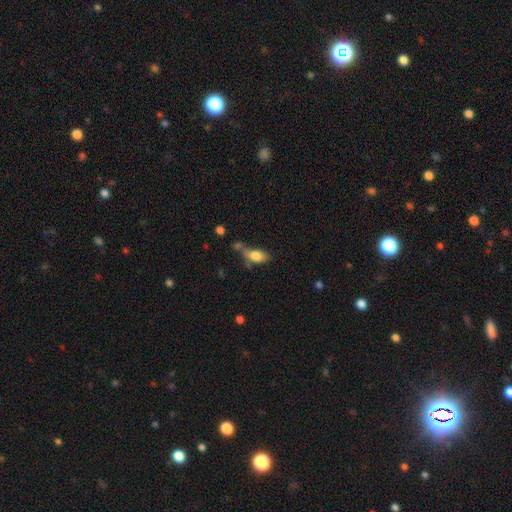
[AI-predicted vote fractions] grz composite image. It shows a smooth galaxy with no disk features (76%) that is in between round and cigar-shaped (83%). Merging: none (34%).